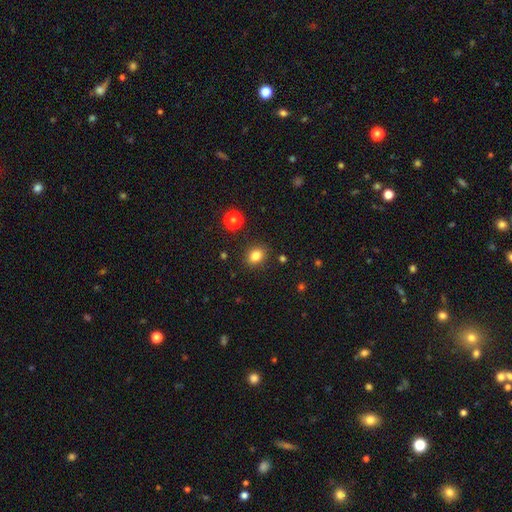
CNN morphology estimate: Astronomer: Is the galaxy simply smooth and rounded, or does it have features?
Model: smooth — 82%.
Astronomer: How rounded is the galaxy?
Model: in between — 54% (runner-up: round, 45%).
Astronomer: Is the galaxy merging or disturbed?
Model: none — 87%.